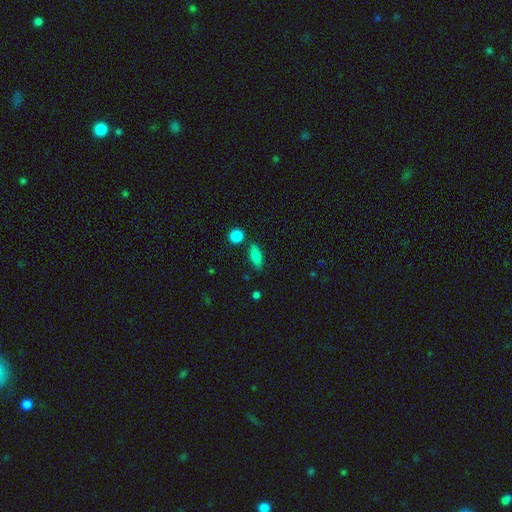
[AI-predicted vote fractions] Smooth or featured? smooth (83%)
How rounded? in between (73%)
Merging? none (79%)